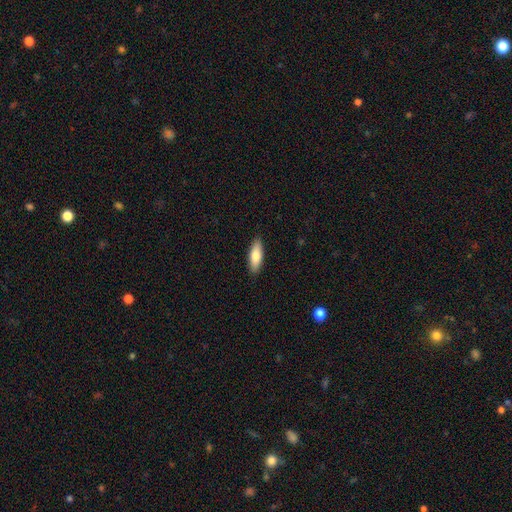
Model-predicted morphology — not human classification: smooth-or-featured: smooth: 76% | featured or disk: 18% | star or artifact: 6%
  how-rounded: in between: 63% | cigar-shaped: 35% | round: 2%
  merging: none: 89% | minor disturbance: 8% | major disturbance: 2% | merger: 1%